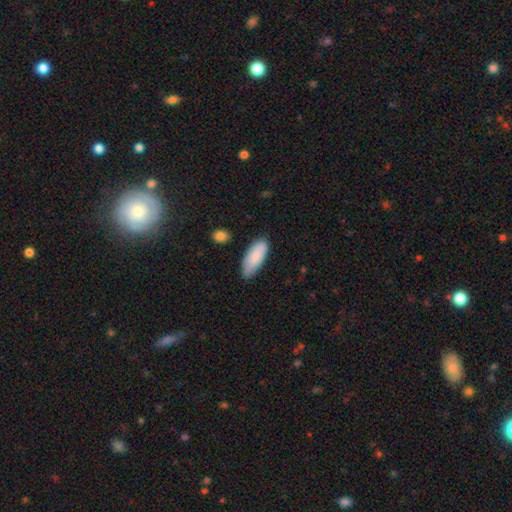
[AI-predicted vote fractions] Morphology: type=smooth (86%); roundness=in between (78%); merging=none (71%).